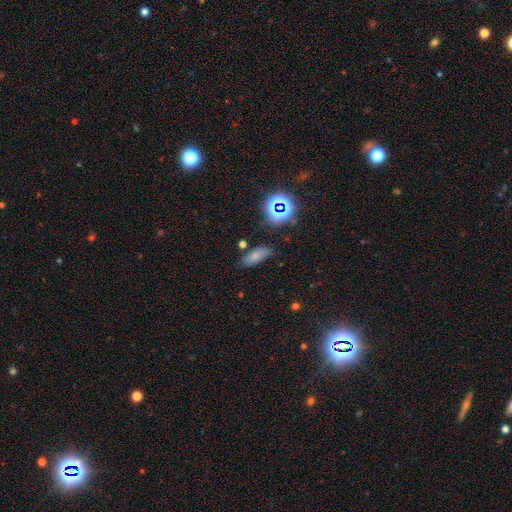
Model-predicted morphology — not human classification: smooth-or-featured: smooth: 69% | star or artifact: 19% | featured or disk: 11%
  how-rounded: in between: 77% | cigar-shaped: 18% | round: 5%
  merging: none: 74% | minor disturbance: 17% | major disturbance: 5% | merger: 4%